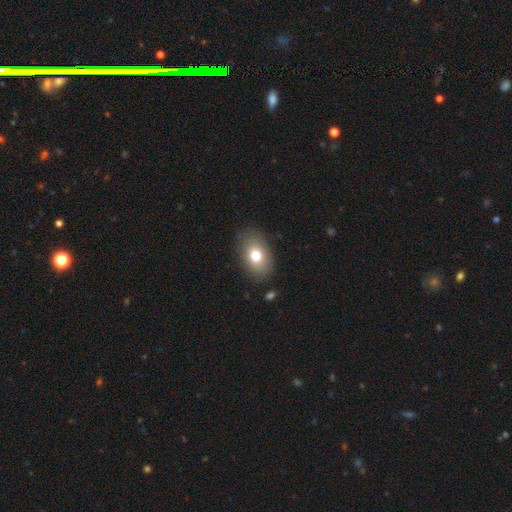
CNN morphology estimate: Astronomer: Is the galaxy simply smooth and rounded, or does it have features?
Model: smooth — 75%.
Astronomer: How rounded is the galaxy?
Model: in between — 82%.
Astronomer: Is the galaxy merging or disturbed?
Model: none — 83%.